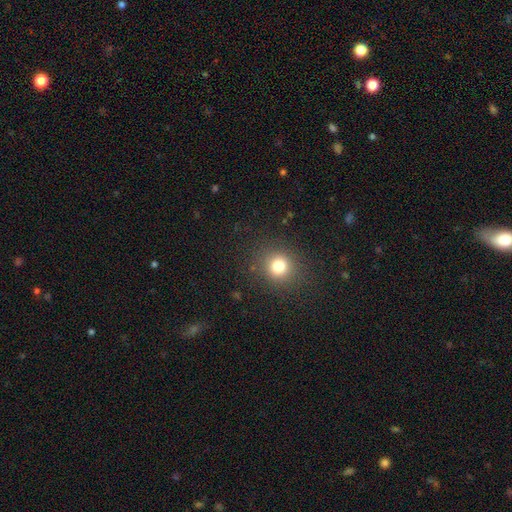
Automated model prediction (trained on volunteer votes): This appears to be a smooth galaxy with no disk features (66%) that is round (90%). Merging: none (92%).